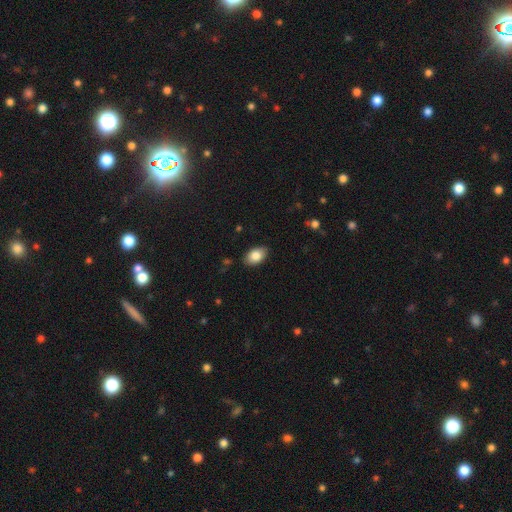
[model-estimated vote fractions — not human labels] A smooth galaxy with no disk features (85%) that is in between round and cigar-shaped (90%). Merging: none (86%).